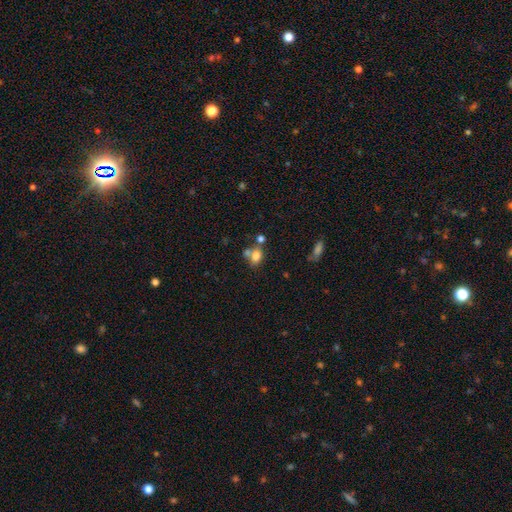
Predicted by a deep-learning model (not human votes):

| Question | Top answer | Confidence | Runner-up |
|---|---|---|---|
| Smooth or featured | smooth | 76% | featured or disk (12%) |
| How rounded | in between | 60% | round (39%) |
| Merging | none | 45% | merger (34%) |